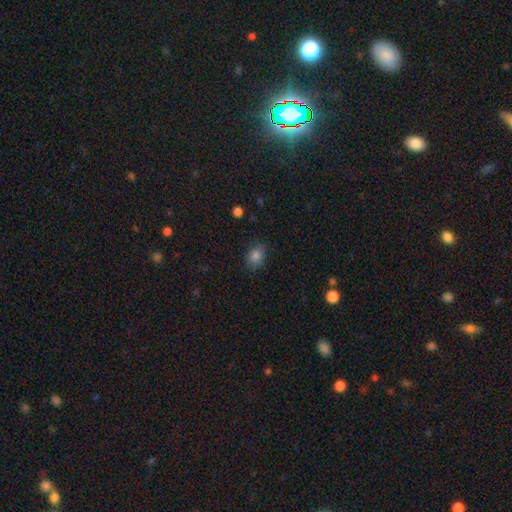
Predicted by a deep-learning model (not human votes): This is clearly a smooth galaxy (84%). How rounded: likely in between (69%). Merging: clearly none (84%).